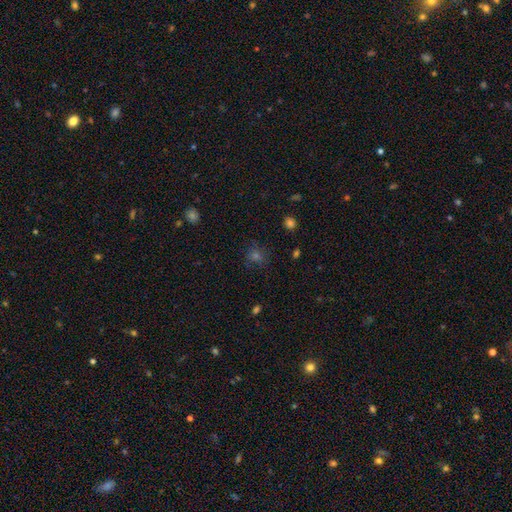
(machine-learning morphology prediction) This is possibly a smooth galaxy (51%). How rounded: clearly round (83%). Merging: likely none (80%).